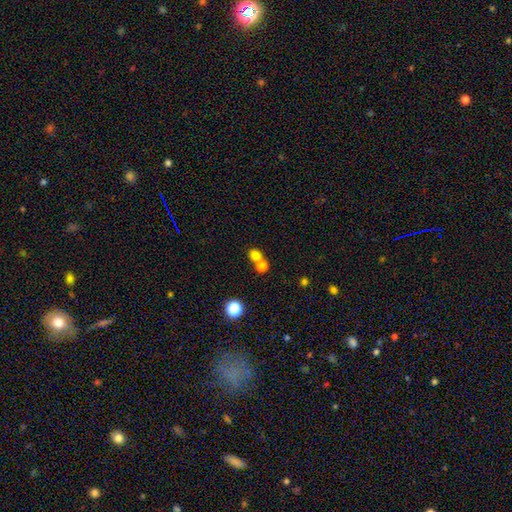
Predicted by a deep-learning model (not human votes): smooth 78%, star or artifact 13%, featured or disk 9%. Down the decision tree: how rounded — round (78%); merging — merger (55%).